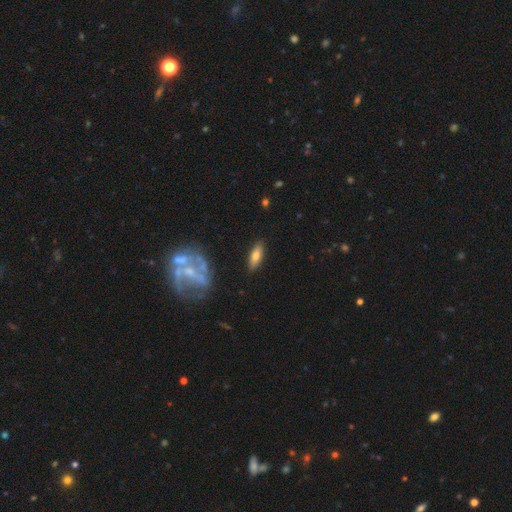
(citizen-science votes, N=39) Smooth or featured: smooth — 67% (featured or disk — 26%)
How rounded: in between — 54% (cigar-shaped — 46%)
Merging: none — 97% (merger — 3%)